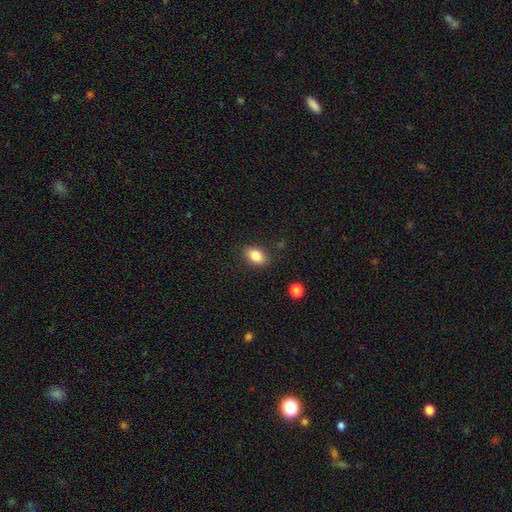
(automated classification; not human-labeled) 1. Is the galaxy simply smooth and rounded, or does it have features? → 84% smooth, 9% star or artifact, 7% featured or disk.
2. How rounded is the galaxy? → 86% in between, 13% round, 2% cigar-shaped.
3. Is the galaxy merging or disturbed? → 85% none, 10% minor disturbance, 3% major disturbance, 2% merger.